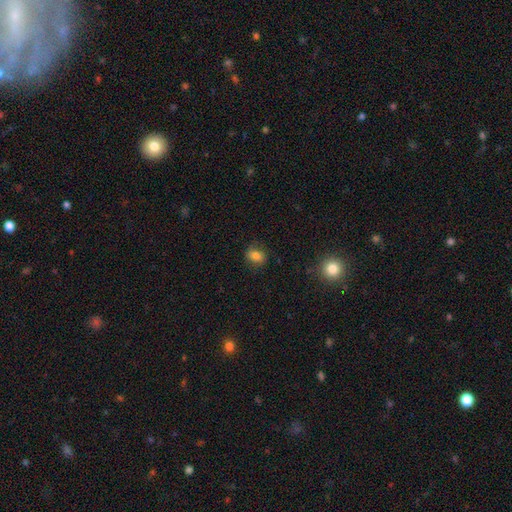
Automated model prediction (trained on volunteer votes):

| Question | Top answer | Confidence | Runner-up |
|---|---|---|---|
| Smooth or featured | smooth | 77% | star or artifact (12%) |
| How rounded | in between | 55% | round (44%) |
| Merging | none | 78% | minor disturbance (16%) |